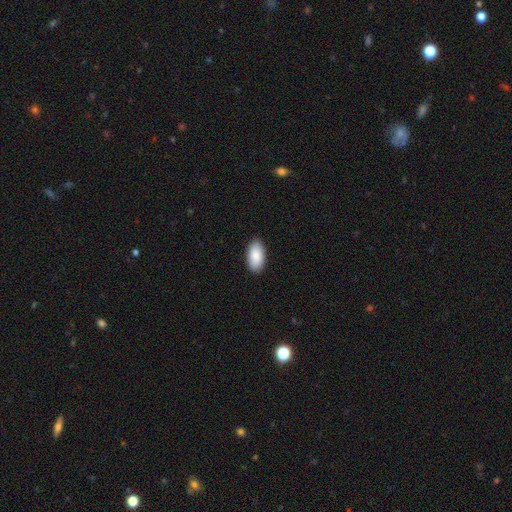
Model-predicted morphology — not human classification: Smooth or featured? smooth (89%)
How rounded? in between (95%)
Merging? none (89%)